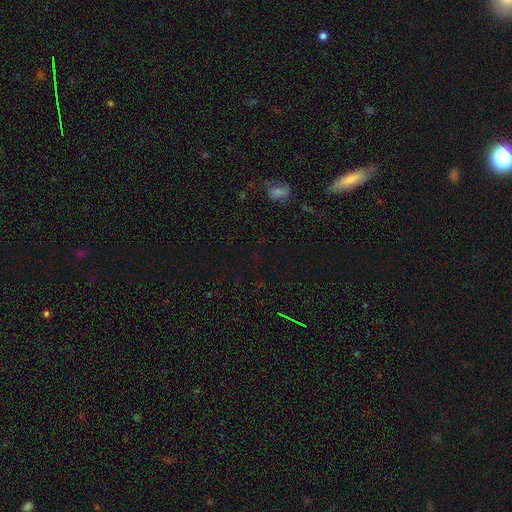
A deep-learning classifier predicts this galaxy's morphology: star or artifact 65%, smooth 26%, featured or disk 9%.